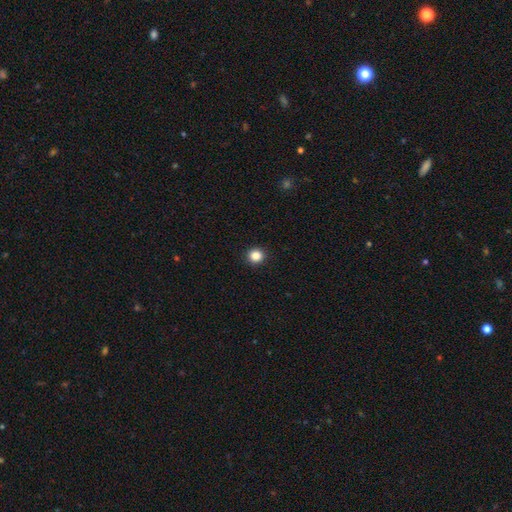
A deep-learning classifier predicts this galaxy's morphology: This appears to be a smooth galaxy with no disk features (86%) that is round (91%). Merging: none (93%).